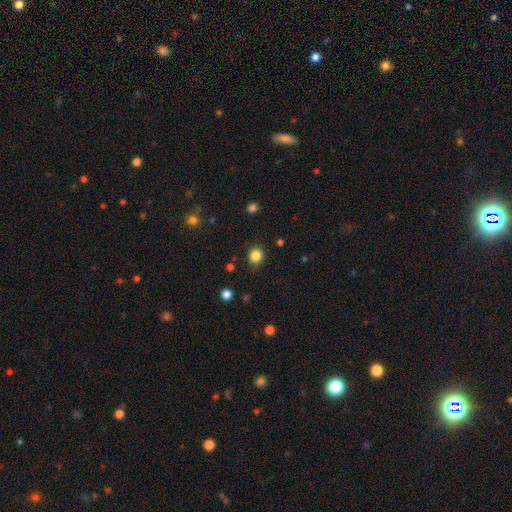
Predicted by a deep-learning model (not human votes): Smooth or featured?
  - smooth: 85% *
  - star or artifact: 12%
  - featured or disk: 4%
How rounded?
  - round: 81% *
  - in between: 18%
  - cigar-shaped: 1%
Merging?
  - none: 88% *
  - minor disturbance: 8%
  - major disturbance: 3%
  - merger: 1%